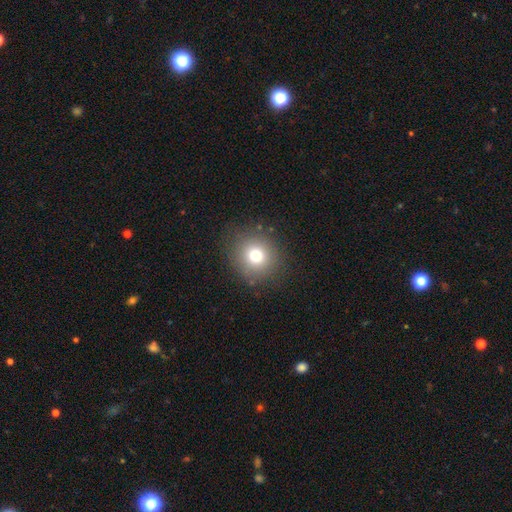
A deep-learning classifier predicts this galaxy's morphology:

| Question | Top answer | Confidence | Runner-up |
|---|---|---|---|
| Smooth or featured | smooth | 75% | star or artifact (14%) |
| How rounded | round | 90% | in between (9%) |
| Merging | none | 87% | minor disturbance (8%) |